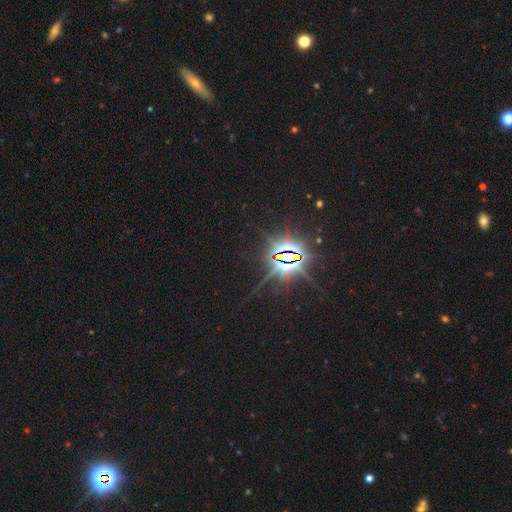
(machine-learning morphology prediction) smooth_or_featured: star or artifact (p=0.86) [alt: smooth p=0.07]